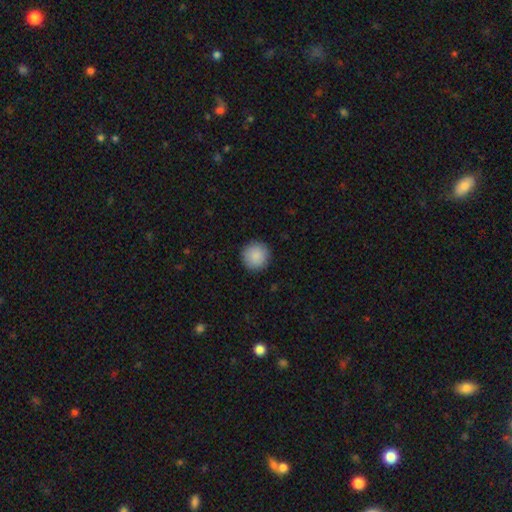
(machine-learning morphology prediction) type=smooth (90%); roundness=round (96%); merging=none (92%).